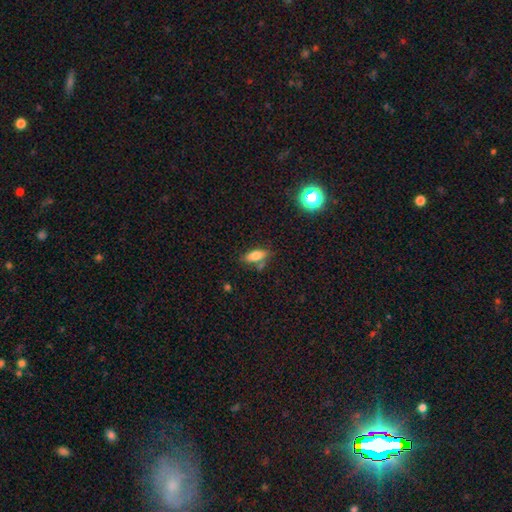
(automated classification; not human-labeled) The model was most divided on "merging": none: 67%, minor disturbance: 17%, merger: 11%, major disturbance: 5%. More confident: how rounded — in between (79%); smooth or featured — smooth (78%).